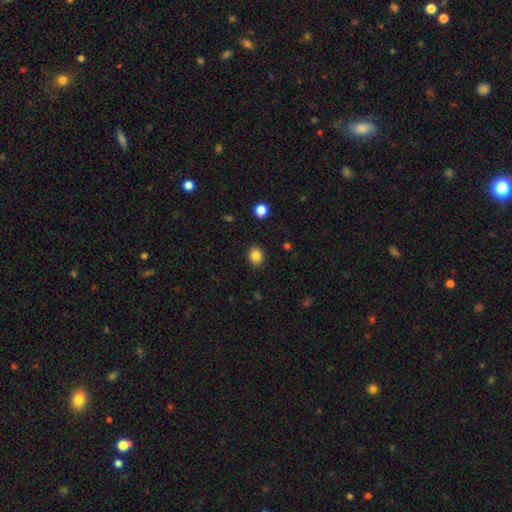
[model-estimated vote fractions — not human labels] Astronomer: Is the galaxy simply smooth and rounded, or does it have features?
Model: smooth — 85%.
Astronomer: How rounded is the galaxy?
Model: round — 53% (runner-up: in between, 47%).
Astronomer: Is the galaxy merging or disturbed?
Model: none — 89%.